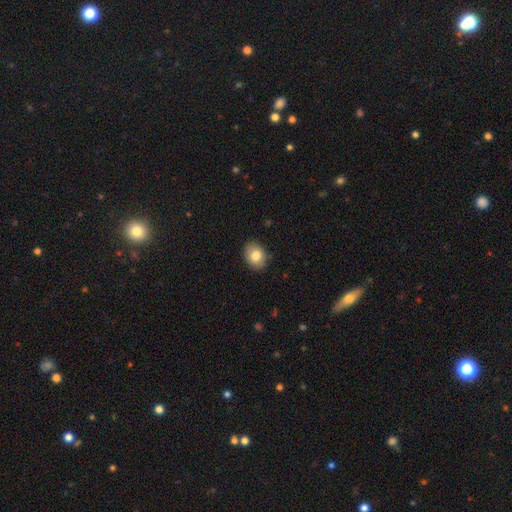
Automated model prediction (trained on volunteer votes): smooth 82%, featured or disk 10%, star or artifact 8%. Down the decision tree: how rounded — in between (60%); merging — none (87%).